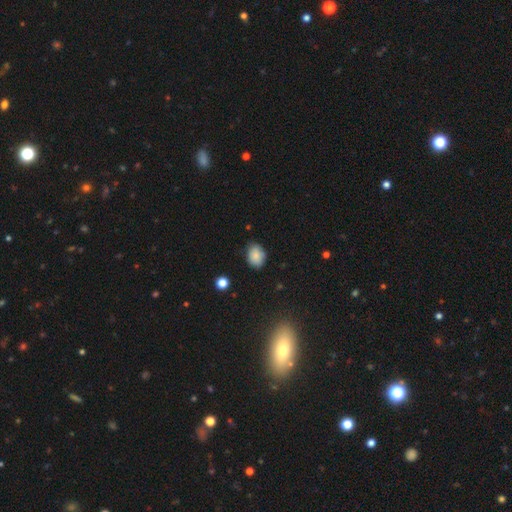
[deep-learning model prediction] Smooth or featured?
  - smooth: 86% *
  - star or artifact: 9%
  - featured or disk: 6%
How rounded?
  - in between: 69% *
  - round: 30%
  - cigar-shaped: 1%
Merging?
  - none: 76% *
  - minor disturbance: 19%
  - major disturbance: 3%
  - merger: 1%